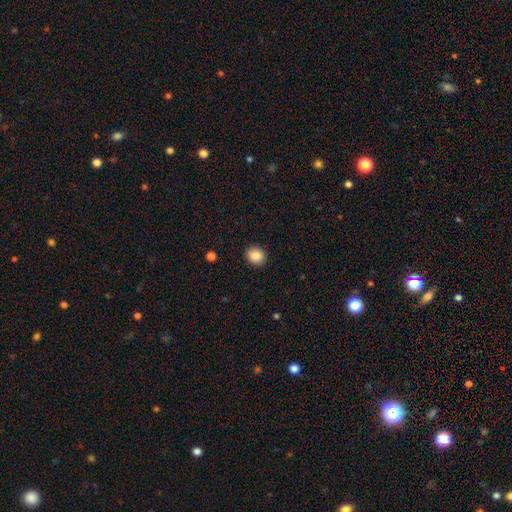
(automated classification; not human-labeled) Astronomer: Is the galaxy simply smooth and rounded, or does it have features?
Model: smooth — 86%.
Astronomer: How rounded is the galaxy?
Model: round — 74%.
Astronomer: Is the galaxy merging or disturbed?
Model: none — 91%.